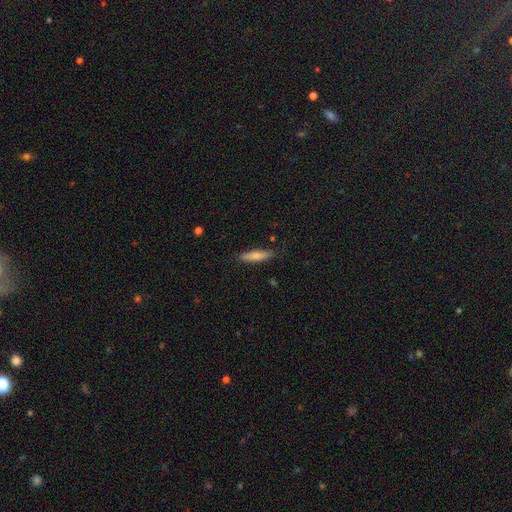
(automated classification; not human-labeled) Smooth or featured?
  - smooth: 72% *
  - featured or disk: 22%
  - star or artifact: 6%
How rounded?
  - cigar-shaped: 74% *
  - in between: 24%
  - round: 2%
Merging?
  - none: 84% *
  - minor disturbance: 13%
  - major disturbance: 2%
  - merger: 1%